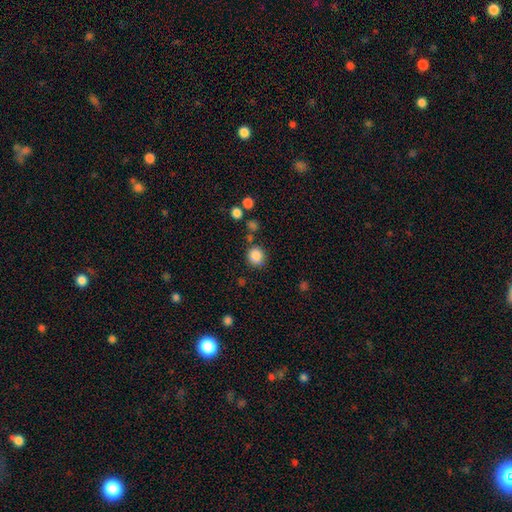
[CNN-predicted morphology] smooth_or_featured: smooth (p=0.86) [alt: star or artifact p=0.10]
how_rounded: round (p=0.86) [alt: in between p=0.13]
merging: none (p=0.76) [alt: minor disturbance p=0.13]